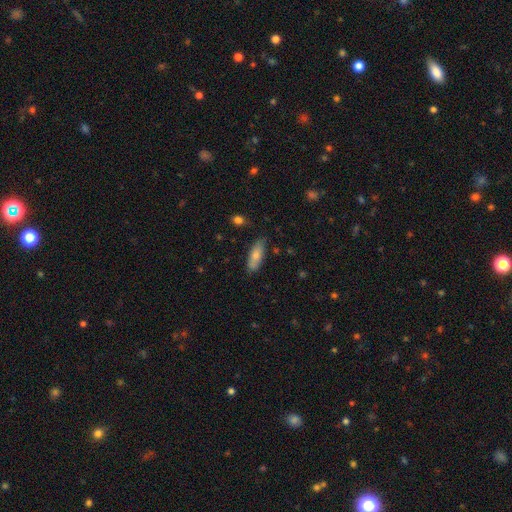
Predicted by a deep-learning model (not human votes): Smooth or featured? Predicted: smooth (p=0.77). How rounded? Predicted: in between (p=0.65). Merging? Predicted: none (p=0.79).